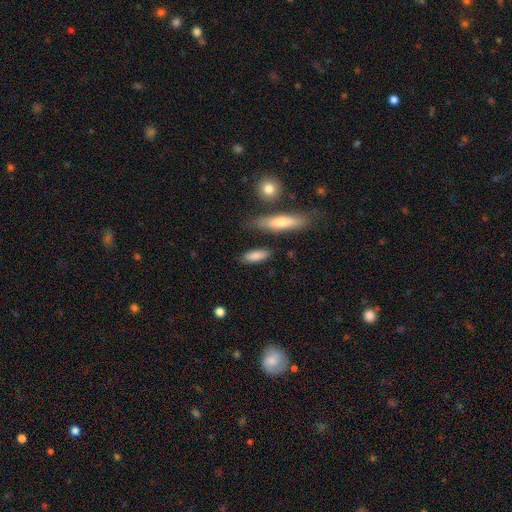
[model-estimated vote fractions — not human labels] This is clearly a smooth galaxy (83%). How rounded: likely in between (65%). Merging: likely none (78%).